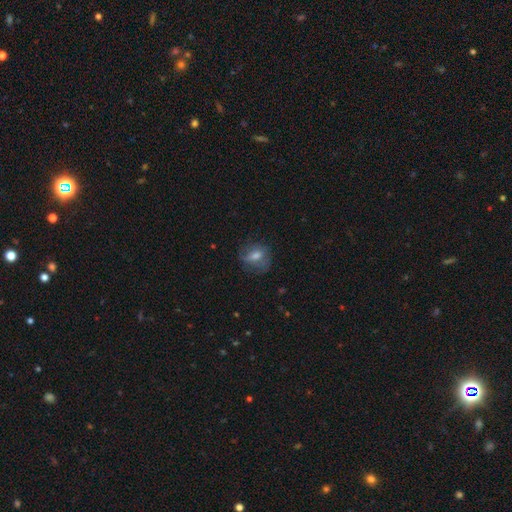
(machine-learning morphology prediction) The model was most divided on "how rounded": in between: 53%, round: 43%, cigar-shaped: 3%. More confident: merging — none (60%); smooth or featured — smooth (59%).